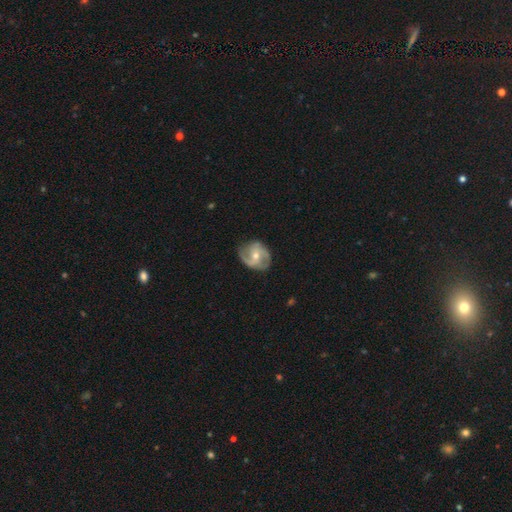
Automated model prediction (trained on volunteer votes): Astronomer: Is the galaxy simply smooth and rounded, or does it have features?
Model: featured or disk — 82%.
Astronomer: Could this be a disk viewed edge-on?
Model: no — 97%.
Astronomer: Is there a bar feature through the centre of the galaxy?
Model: no — 42% (runner-up: weak, 41%).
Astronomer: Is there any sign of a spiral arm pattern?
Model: yes — 94%.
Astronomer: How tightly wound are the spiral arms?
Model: medium — 48% (runner-up: tight, 27%).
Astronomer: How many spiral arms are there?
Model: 2 — 73%.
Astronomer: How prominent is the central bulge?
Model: moderate — 53% (runner-up: small, 44%).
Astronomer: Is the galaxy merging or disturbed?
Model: none — 73%.